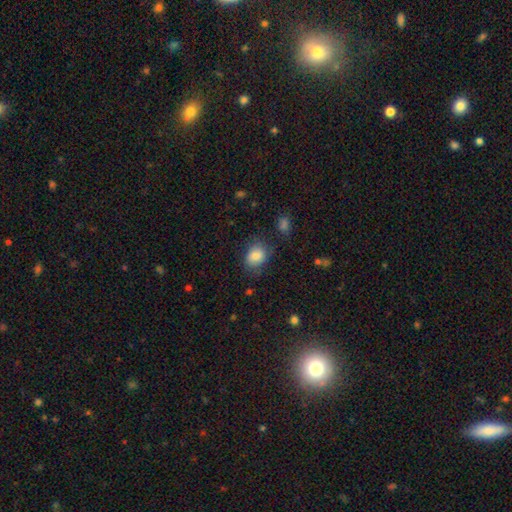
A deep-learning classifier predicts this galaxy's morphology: Smooth or featured? smooth (83%)
How rounded? in between (61%)
Merging? none (66%)